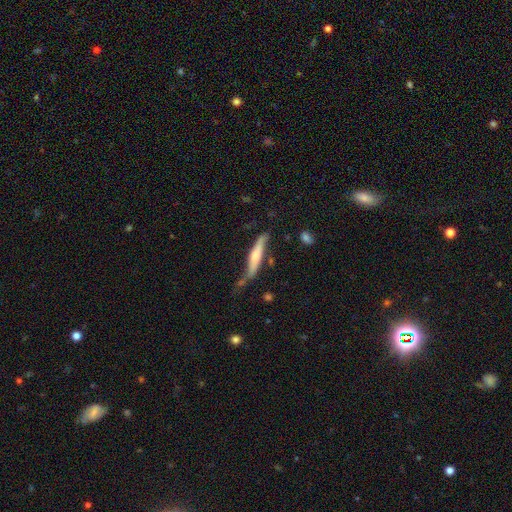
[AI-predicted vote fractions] smooth_or_featured: smooth (p=0.50) [alt: featured or disk p=0.45]
merging: none (p=0.58) [alt: minor disturbance p=0.27]